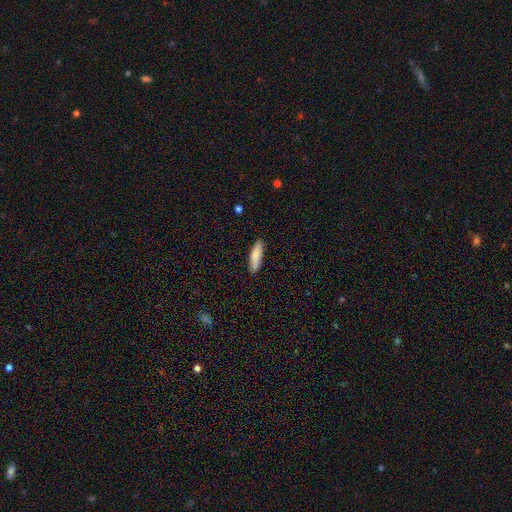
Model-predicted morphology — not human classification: smooth_or_featured: smooth (p=0.84) [alt: featured or disk p=0.10]
how_rounded: cigar-shaped (p=0.68) [alt: in between p=0.31]
merging: none (p=0.88) [alt: minor disturbance p=0.09]